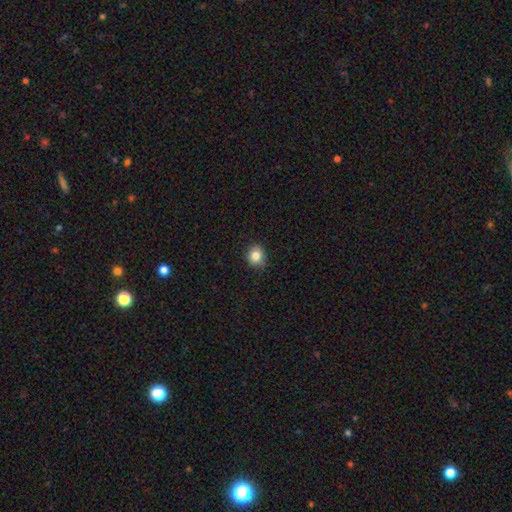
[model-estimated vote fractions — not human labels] Smooth or featured: smooth — 84% (star or artifact — 10%)
How rounded: round — 80% (in between — 19%)
Merging: none — 86% (minor disturbance — 11%)